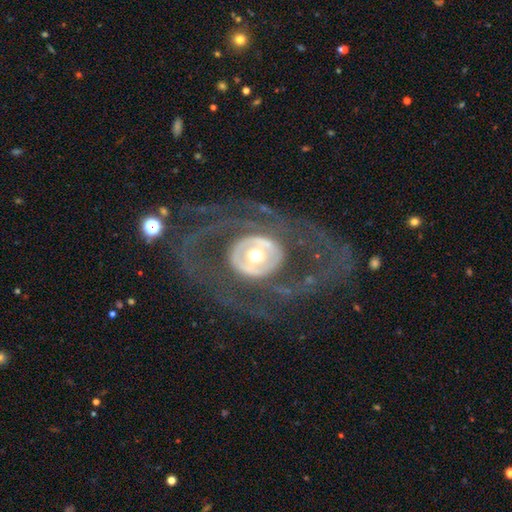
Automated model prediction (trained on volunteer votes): smooth-or-featured: featured or disk: 83% | smooth: 11% | star or artifact: 5%
  disk-edge-on: no: 95% | yes: 5%
    bar: no: 66% | weak: 20% | strong: 14%
    has-spiral-arms: yes: 68% | no: 32%
      spiral-winding: medium: 40% | tight: 30% | loose: 30%
      spiral-arm-count: 2: 59% | can't tell: 16% | 3: 9% | 1: 7% | 4: 4% | more than 4: 4%
    bulge-size: moderate: 64% | large: 17% | small: 15% | dominant: 3% | none: 1%
  merging: none: 64% | major disturbance: 21% | minor disturbance: 12% | merger: 2%